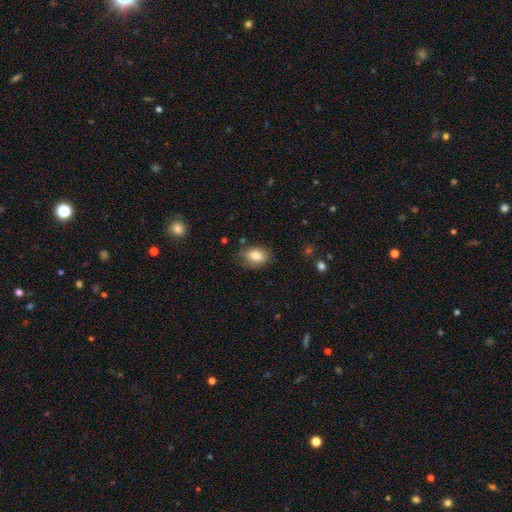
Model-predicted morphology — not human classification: A smooth galaxy with no disk features (81%) that is in between round and cigar-shaped (77%).

Vote fractions:
- Smooth or featured? smooth: 81% / featured or disk: 10% / star or artifact: 9%
- How rounded? in between: 77% / round: 22% / cigar-shaped: 1%
- Merging? none: 73% / minor disturbance: 20% / major disturbance: 5% / merger: 2%